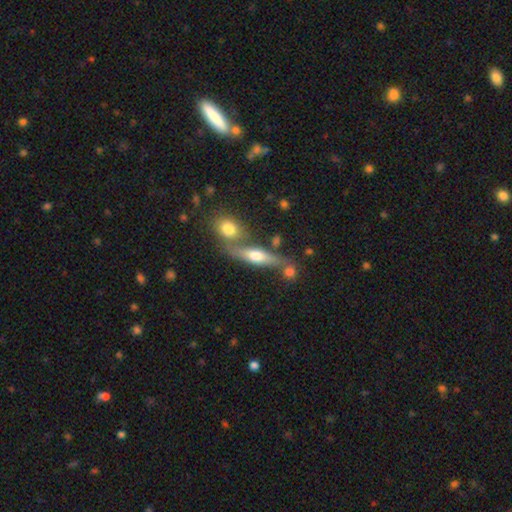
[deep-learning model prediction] The model was most divided on "smooth or featured": smooth: 50%, featured or disk: 41%, star or artifact: 8%. More confident: how rounded — cigar-shaped (53%); merging — none (52%).